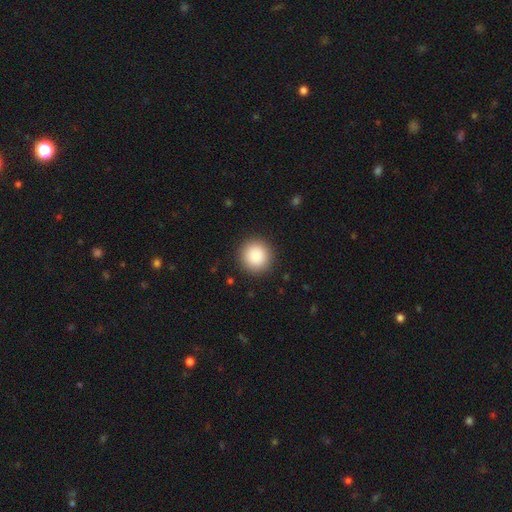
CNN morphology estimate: This appears to be a smooth galaxy with no disk features (88%) that is round (95%). Merging: none (91%).